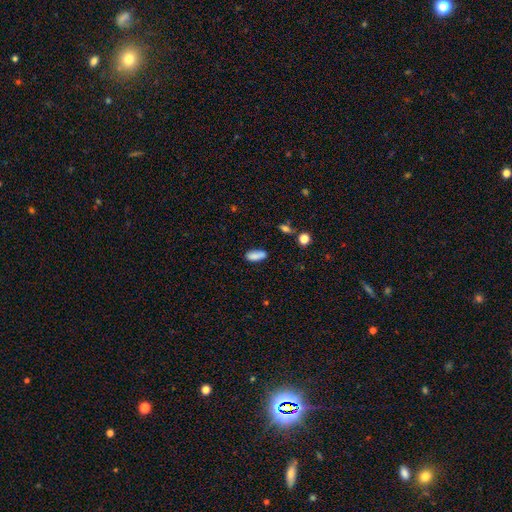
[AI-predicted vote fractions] A smooth galaxy with no disk features (85%) that is in between round and cigar-shaped (75%).

Vote fractions:
- Smooth or featured? smooth: 85% / star or artifact: 8% / featured or disk: 7%
- How rounded? in between: 75% / cigar-shaped: 23% / round: 3%
- Merging? none: 71% / minor disturbance: 18% / merger: 6% / major disturbance: 4%